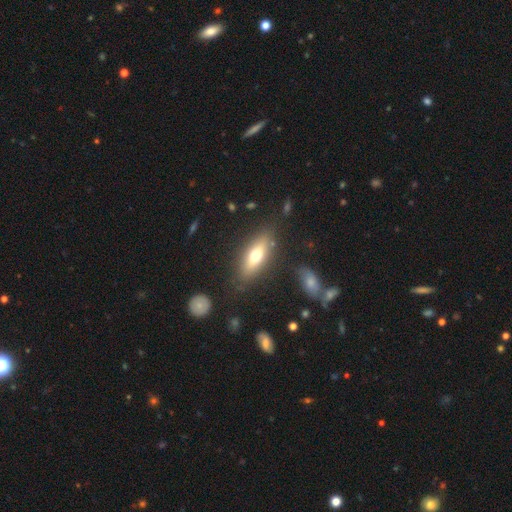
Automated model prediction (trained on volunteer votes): Smooth or featured: smooth — 59% (featured or disk — 33%)
How rounded: in between — 60% (cigar-shaped — 37%)
Merging: none — 81% (minor disturbance — 12%)